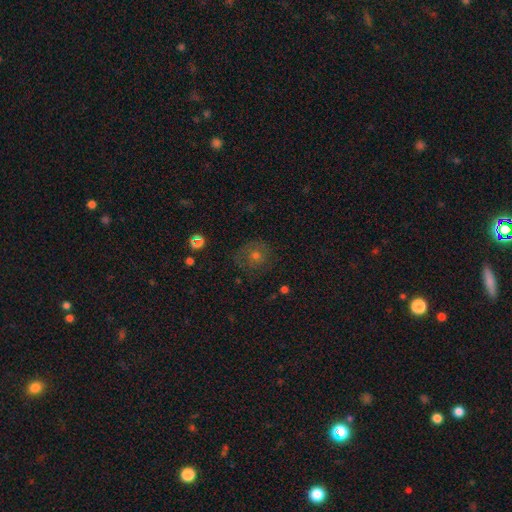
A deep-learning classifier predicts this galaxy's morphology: Smooth or featured?
  - smooth: 49% *
  - featured or disk: 28%
  - star or artifact: 24%
Merging?
  - none: 75% *
  - minor disturbance: 15%
  - major disturbance: 8%
  - merger: 2%